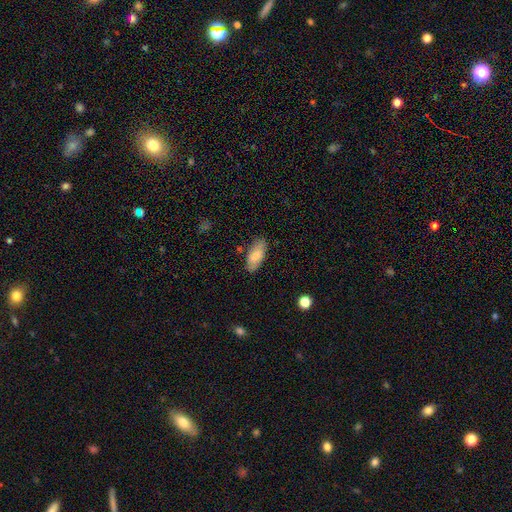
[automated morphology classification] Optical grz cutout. It shows a smooth galaxy with no disk features (78%) that is in between round and cigar-shaped (86%). Merging: none (80%).